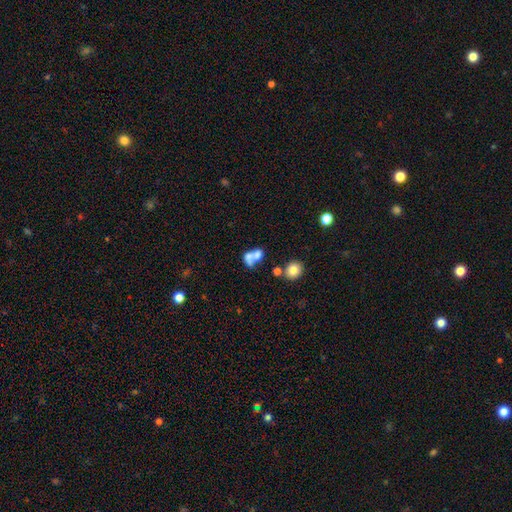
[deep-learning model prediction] smooth-or-featured: smooth: 60% | featured or disk: 28% | star or artifact: 12%
  how-rounded: in between: 62% | round: 35% | cigar-shaped: 2%
  merging: merger: 63% | none: 18% | major disturbance: 12% | minor disturbance: 8%